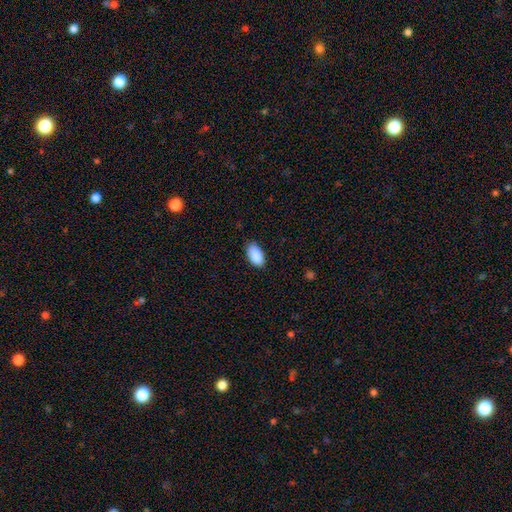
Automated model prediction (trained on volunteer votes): This is clearly a smooth galaxy (90%). How rounded: clearly in between (94%). Merging: clearly none (82%).